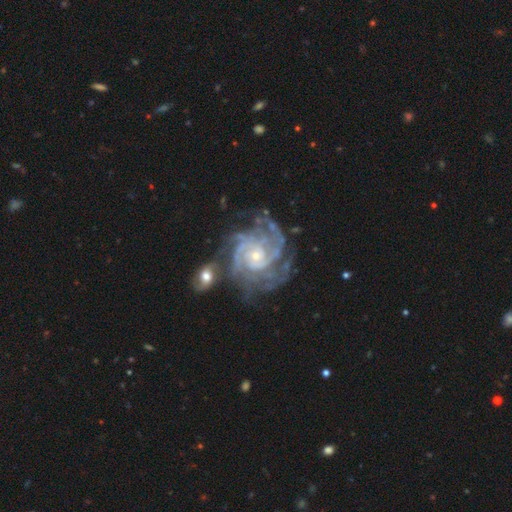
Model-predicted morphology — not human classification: type=featured or disk (91%); edge-on=no (98%); bar=no (73%); spiral arms=yes (97%); winding=tight (68%); arm count=4 (24%, tied with can't tell); bulge=small (68%); merging=none (53%).